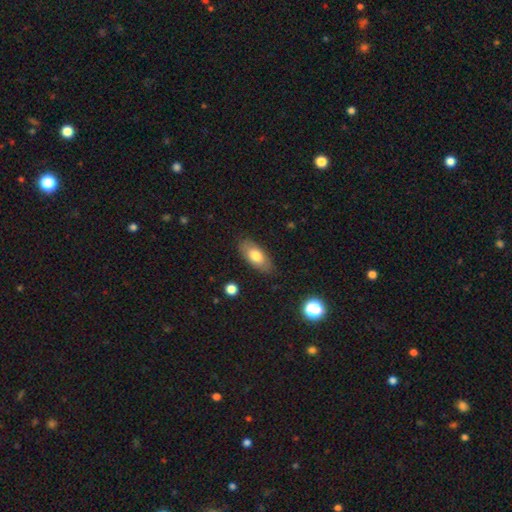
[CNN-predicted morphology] Q: Smooth or featured?
A: smooth (73%); runner-up: featured or disk (20%)
Q: How rounded?
A: in between (89%); runner-up: cigar-shaped (8%)
Q: Merging?
A: none (83%); runner-up: minor disturbance (13%)